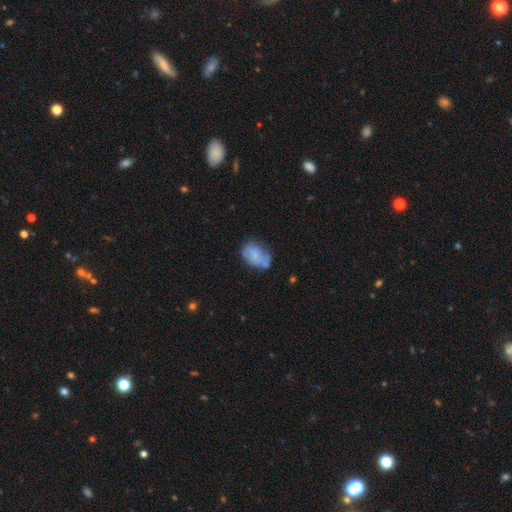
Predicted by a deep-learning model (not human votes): Q: Smooth or featured?
A: smooth (57%); runner-up: featured or disk (34%)
Q: How rounded?
A: in between (82%); runner-up: round (17%)
Q: Merging?
A: none (42%); runner-up: minor disturbance (31%)